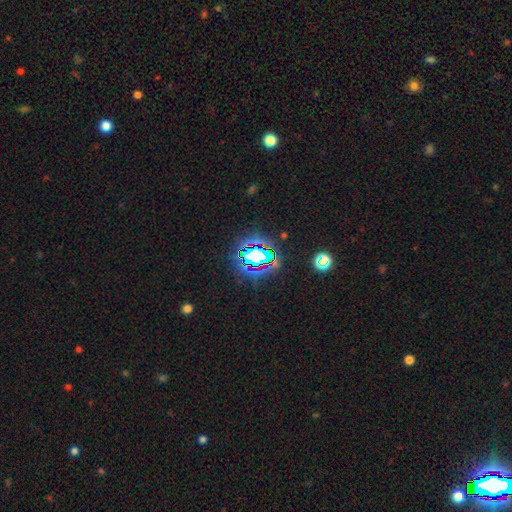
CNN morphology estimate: Smooth or featured? star or artifact (70%)